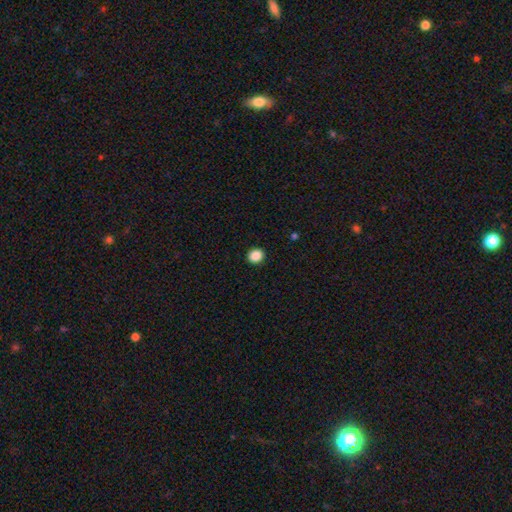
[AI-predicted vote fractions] Morphology: type=smooth (88%); roundness=round (76%); merging=none (92%).